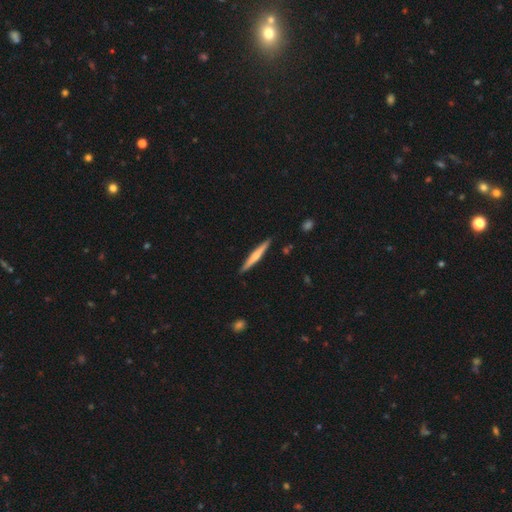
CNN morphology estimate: Smooth or featured: smooth — 48% (featured or disk — 47%)
Merging: none — 91% (minor disturbance — 7%)